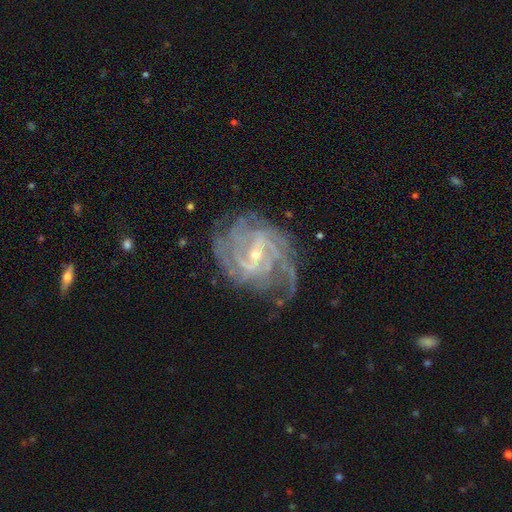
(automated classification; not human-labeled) Smooth or featured? Predicted: featured or disk (p=0.89). Edge-on disk? Predicted: no (p=0.97). Bar? Predicted: weak (p=0.48). Spiral arms? Predicted: yes (p=0.97). Spiral winding? Predicted: tight (p=0.56). Spiral arm count? Predicted: can't tell (p=0.24). Bulge size? Predicted: small (p=0.72). Merging? Predicted: none (p=0.71).